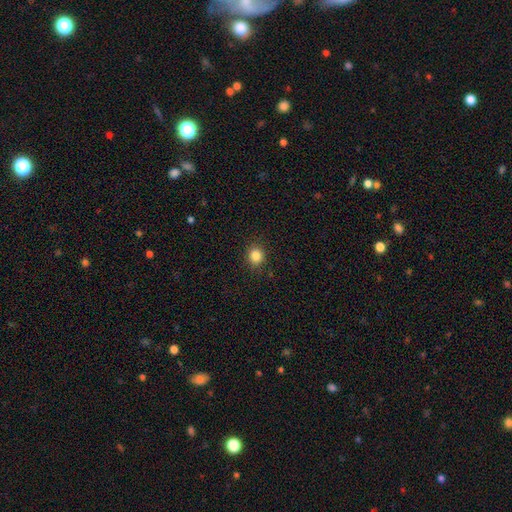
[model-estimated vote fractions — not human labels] smooth-or-featured: smooth: 85% | star or artifact: 11% | featured or disk: 4%
  how-rounded: round: 84% | in between: 15% | cigar-shaped: 1%
  merging: none: 89% | minor disturbance: 7% | major disturbance: 2% | merger: 1%